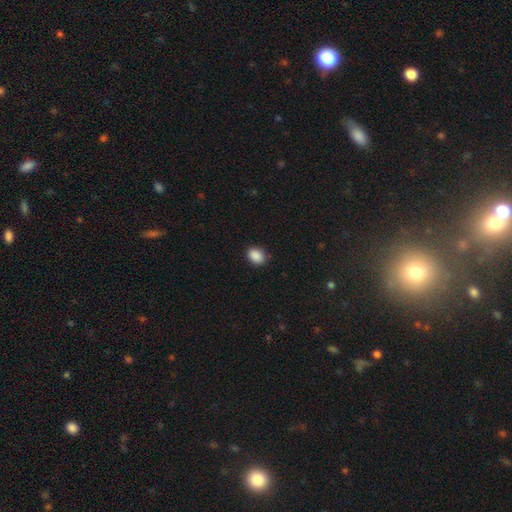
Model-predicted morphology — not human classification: Smooth or featured?
  - smooth: 89% *
  - star or artifact: 8%
  - featured or disk: 2%
How rounded?
  - in between: 68% *
  - round: 31%
  - cigar-shaped: 1%
Merging?
  - none: 86% *
  - minor disturbance: 10%
  - major disturbance: 2%
  - merger: 1%